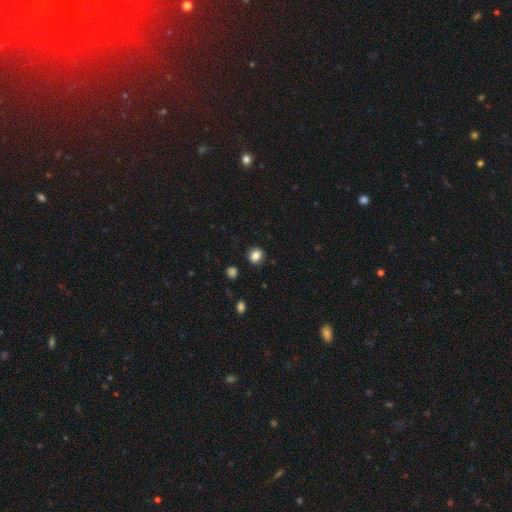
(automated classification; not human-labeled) Smooth or featured? Predicted: smooth (p=0.85). How rounded? Predicted: round (p=0.71). Merging? Predicted: none (p=0.88).